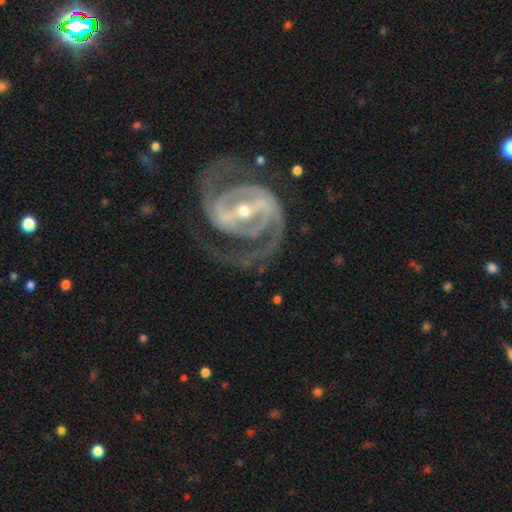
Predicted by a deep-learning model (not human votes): A featured or disk galaxy (93%) with a strong bar (65%), 2 (86%) medium (50%) spiral arms (98%) and a small central bulge (53%). Merging: none (72%).